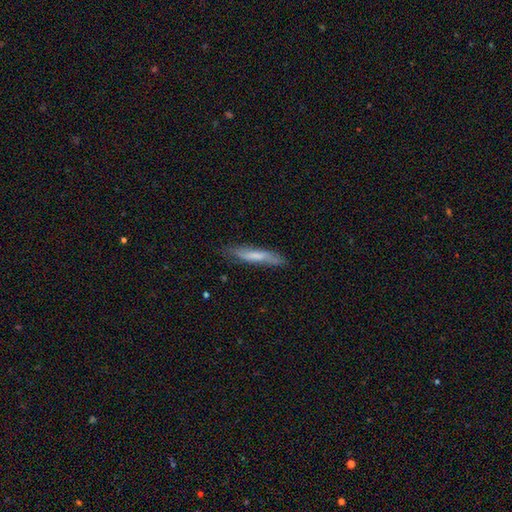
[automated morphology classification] A smooth galaxy with no disk features (64%) that is cigar-shaped (89%). Merging: none (75%).